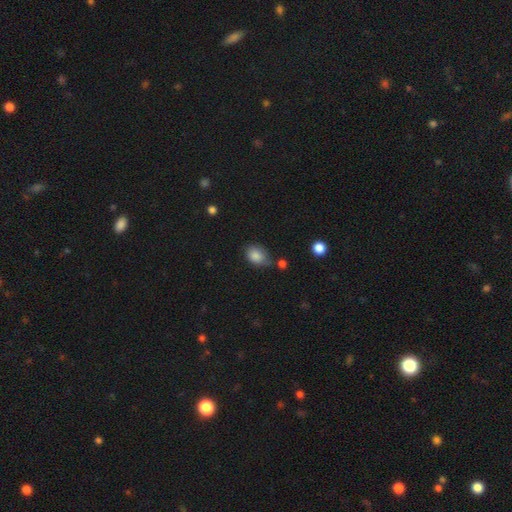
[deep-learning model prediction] This appears to be a smooth galaxy with no disk features (85%) that is in between round and cigar-shaped (72%). Merging: none (63%).